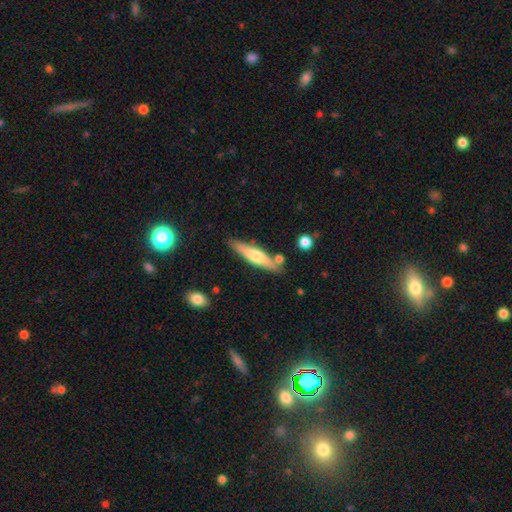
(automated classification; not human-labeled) featured or disk 49%, smooth 45%, star or artifact 6%. Down the decision tree: merging — none (81%).